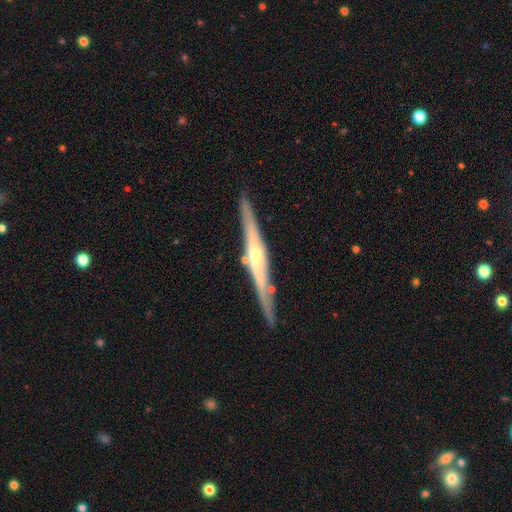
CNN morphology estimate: A featured or disk galaxy (80%) viewed edge-on (96%) with a rounded central bulge (78%).

Vote fractions:
- Smooth or featured? featured or disk: 80% / smooth: 15% / star or artifact: 5%
- Edge-on disk? yes: 96% / no: 4%
- Edge-on bulge? rounded: 78% / none: 14% / boxy: 8%
- Merging? none: 86% / minor disturbance: 10% / merger: 3% / major disturbance: 2%